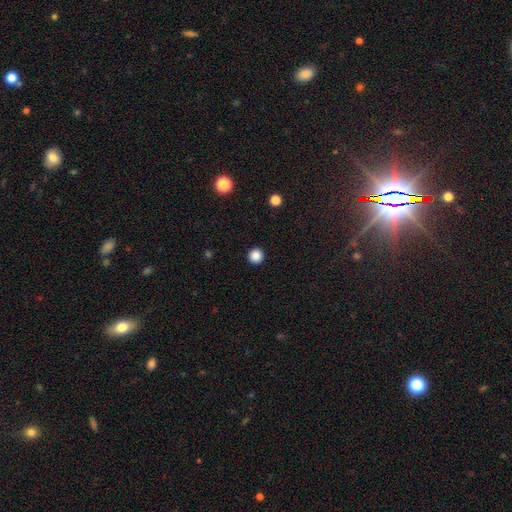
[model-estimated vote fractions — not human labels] Smooth or featured?
  - smooth: 86% *
  - star or artifact: 11%
  - featured or disk: 3%
How rounded?
  - round: 96% *
  - in between: 3%
  - cigar-shaped: 1%
Merging?
  - none: 94% *
  - minor disturbance: 4%
  - major disturbance: 1%
  - merger: 1%